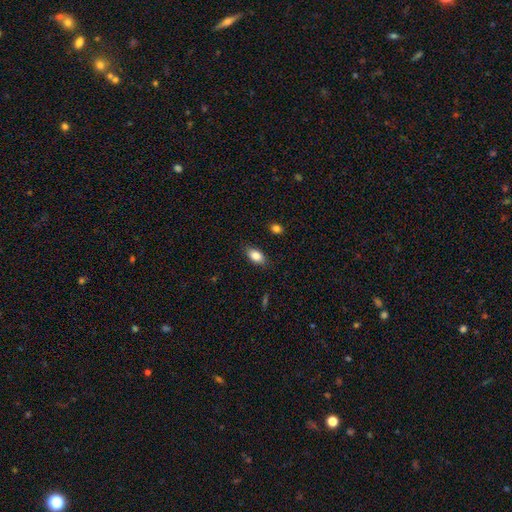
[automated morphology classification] A smooth galaxy with no disk features (84%) that is in between round and cigar-shaped (89%).

Vote fractions:
- Smooth or featured? smooth: 84% / featured or disk: 8% / star or artifact: 8%
- How rounded? in between: 89% / round: 6% / cigar-shaped: 5%
- Merging? none: 84% / minor disturbance: 12% / major disturbance: 3% / merger: 1%